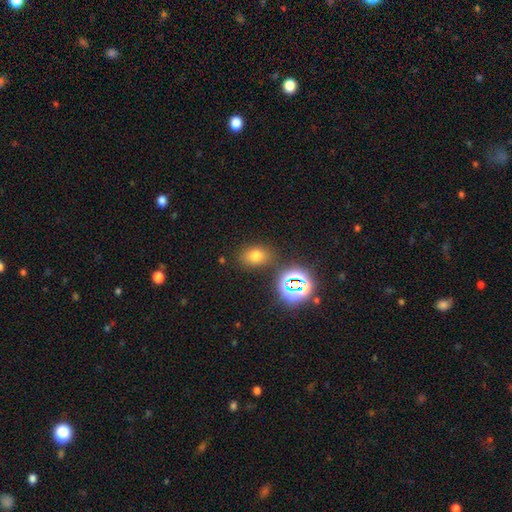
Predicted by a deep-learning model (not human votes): smooth 68%, star or artifact 23%, featured or disk 9%. Down the decision tree: how rounded — in between (65%); merging — none (77%).